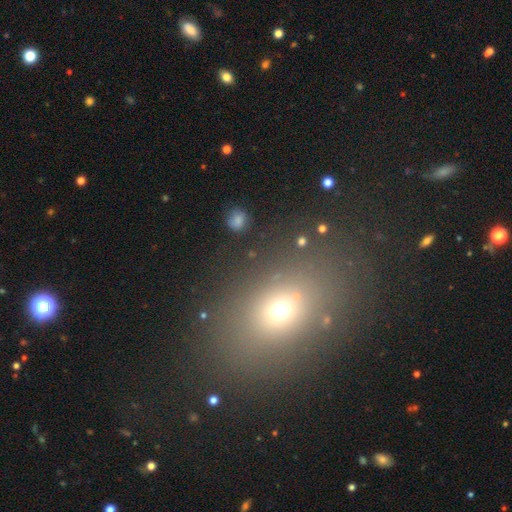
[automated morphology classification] A smooth galaxy with no disk features (61%) that is in between round and cigar-shaped (65%). Merging: none (83%).